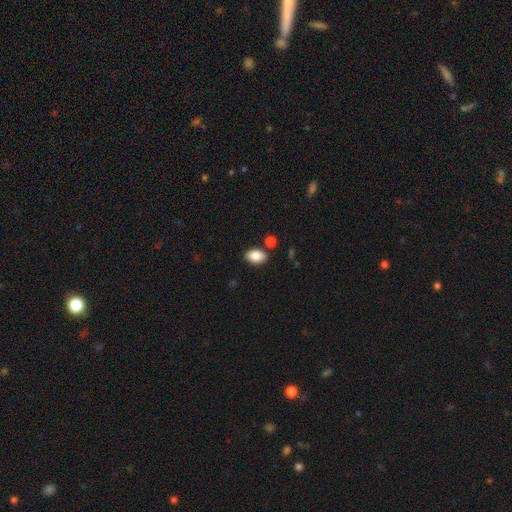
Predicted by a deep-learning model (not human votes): The model was most divided on "merging": none: 82%, minor disturbance: 10%, merger: 6%, major disturbance: 2%. More confident: how rounded — in between (88%); smooth or featured — smooth (86%).